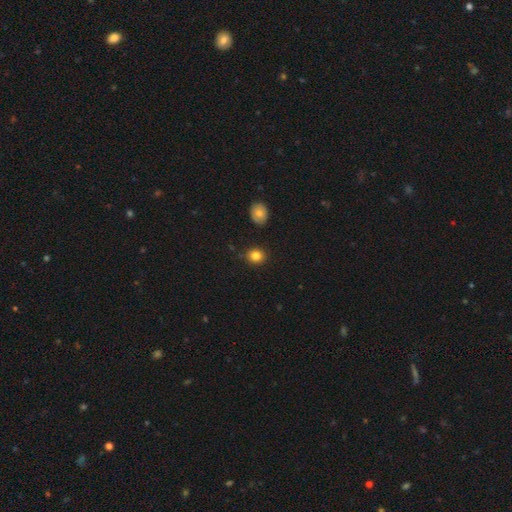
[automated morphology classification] A smooth galaxy with no disk features (84%) that is round (82%).

Vote fractions:
- Smooth or featured? smooth: 84% / star or artifact: 11% / featured or disk: 6%
- How rounded? round: 82% / in between: 17% / cigar-shaped: 1%
- Merging? none: 87% / minor disturbance: 9% / merger: 2% / major disturbance: 2%